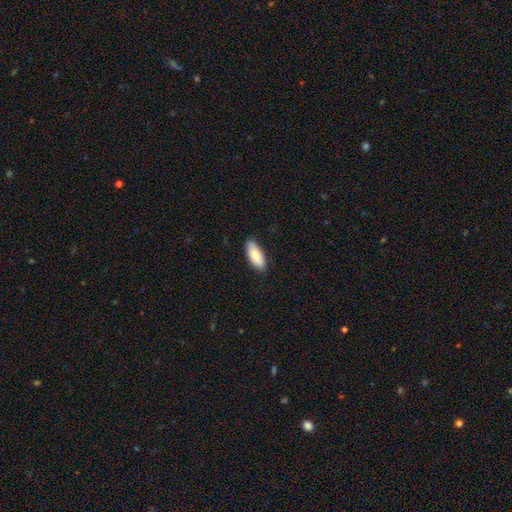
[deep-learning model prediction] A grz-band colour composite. It shows a smooth galaxy with no disk features (84%) that is in between round and cigar-shaped (83%). Merging: none (85%).